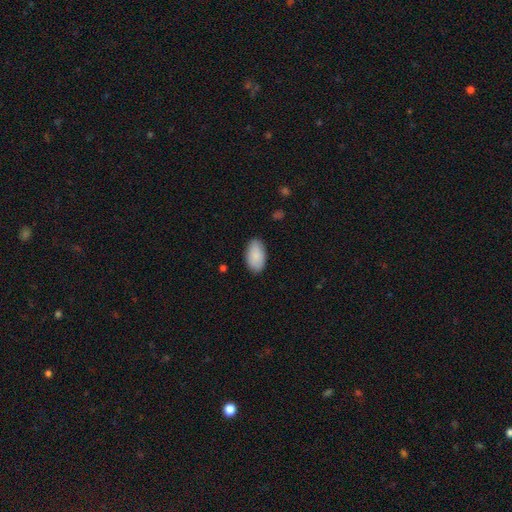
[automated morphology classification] Q: Smooth or featured?
A: smooth (89%); runner-up: star or artifact (6%)
Q: How rounded?
A: in between (95%); runner-up: round (3%)
Q: Merging?
A: none (86%); runner-up: minor disturbance (11%)